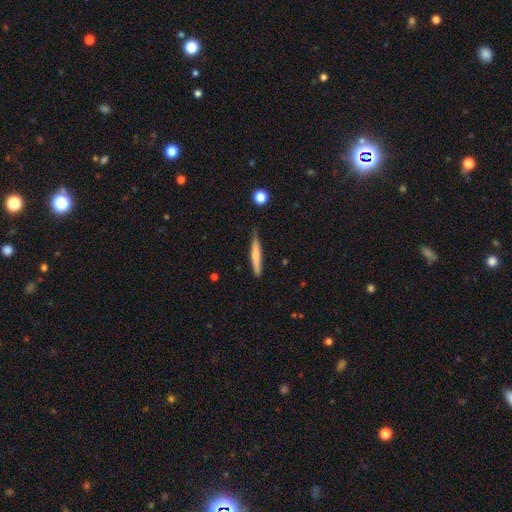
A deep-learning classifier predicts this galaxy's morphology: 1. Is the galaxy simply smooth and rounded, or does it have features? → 64% smooth, 30% featured or disk, 6% star or artifact.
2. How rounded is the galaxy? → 93% cigar-shaped, 5% in between, 1% round.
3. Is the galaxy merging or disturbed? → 75% none, 20% minor disturbance, 3% major disturbance, 2% merger.